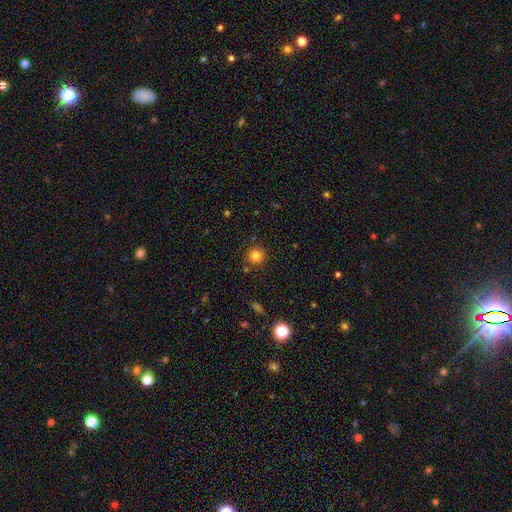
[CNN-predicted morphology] smooth 82%, star or artifact 13%, featured or disk 5%. Down the decision tree: how rounded — round (93%); merging — none (86%).